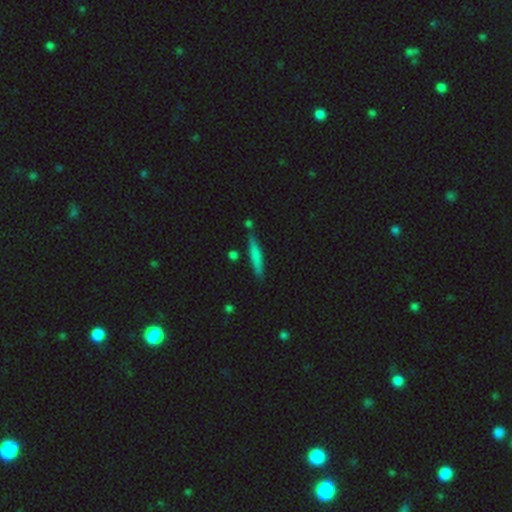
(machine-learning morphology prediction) A smooth galaxy with no disk features (69%) that is cigar-shaped (93%). Merging: none (80%).